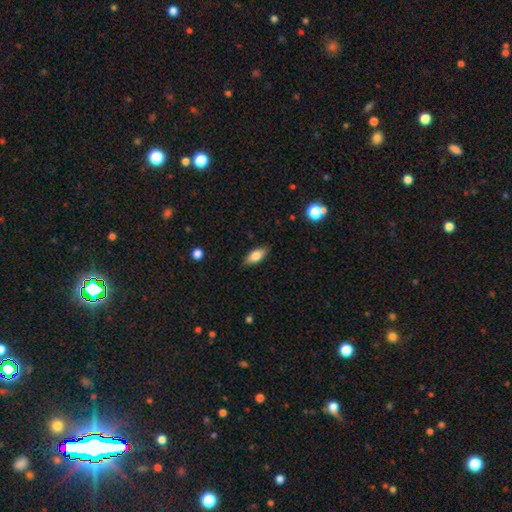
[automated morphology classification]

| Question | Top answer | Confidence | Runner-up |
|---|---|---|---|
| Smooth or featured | smooth | 78% | featured or disk (15%) |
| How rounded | in between | 82% | cigar-shaped (15%) |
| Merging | none | 85% | minor disturbance (11%) |